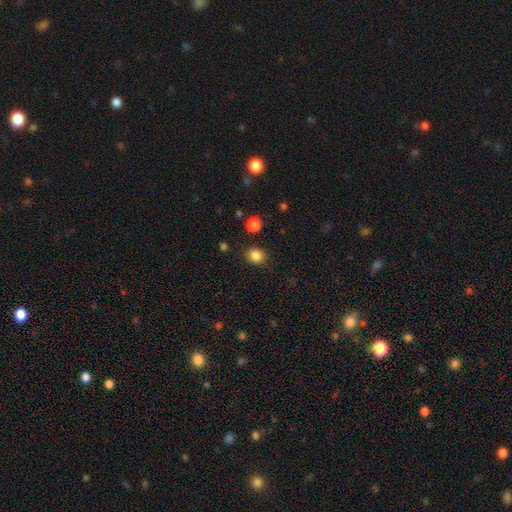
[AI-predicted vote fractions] A smooth galaxy with no disk features (85%) that is round (81%).

Vote fractions:
- Smooth or featured? smooth: 85% / star or artifact: 11% / featured or disk: 4%
- How rounded? round: 81% / in between: 18% / cigar-shaped: 1%
- Merging? none: 87% / minor disturbance: 8% / major disturbance: 3% / merger: 2%